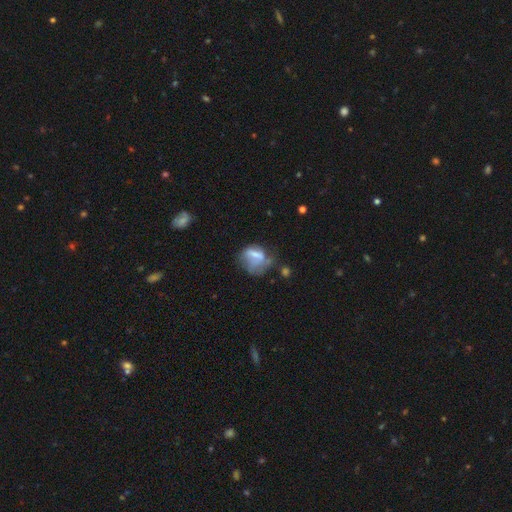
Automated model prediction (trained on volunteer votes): smooth 49%, featured or disk 39%, star or artifact 12%. Down the decision tree: merging — major disturbance (33%).